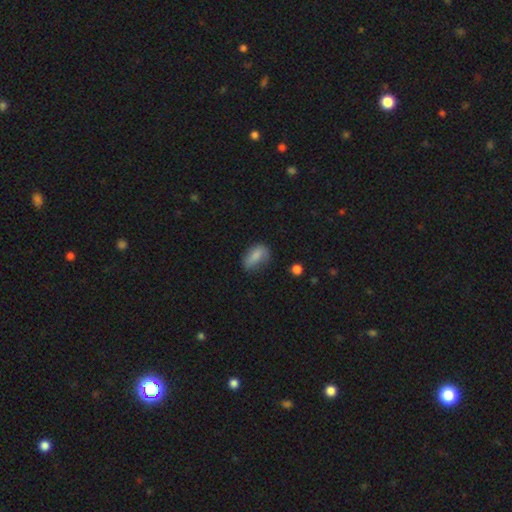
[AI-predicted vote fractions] Smooth or featured? smooth (79%)
How rounded? in between (86%)
Merging? none (53%)